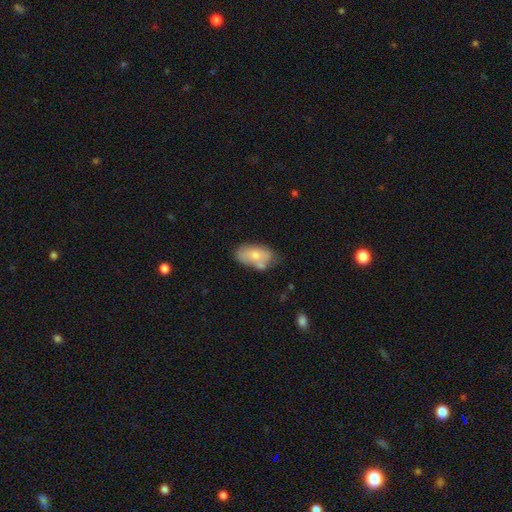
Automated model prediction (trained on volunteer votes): Smooth or featured? smooth (65%)
How rounded? in between (92%)
Merging? none (48%)